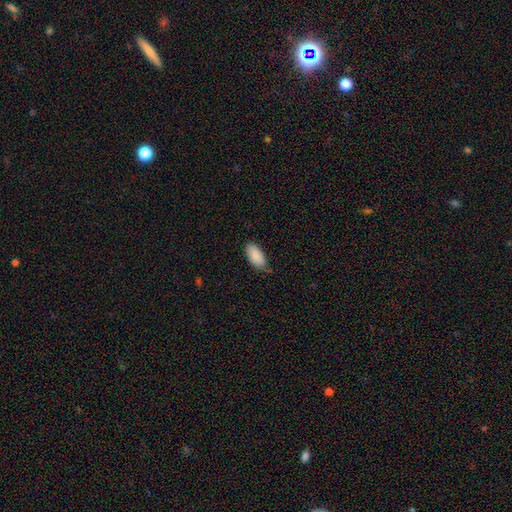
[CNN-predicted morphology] A smooth galaxy with no disk features (88%) that is in between round and cigar-shaped (94%).

Vote fractions:
- Smooth or featured? smooth: 88% / star or artifact: 6% / featured or disk: 6%
- How rounded? in between: 94% / cigar-shaped: 4% / round: 2%
- Merging? none: 65% / minor disturbance: 30% / major disturbance: 4% / merger: 1%